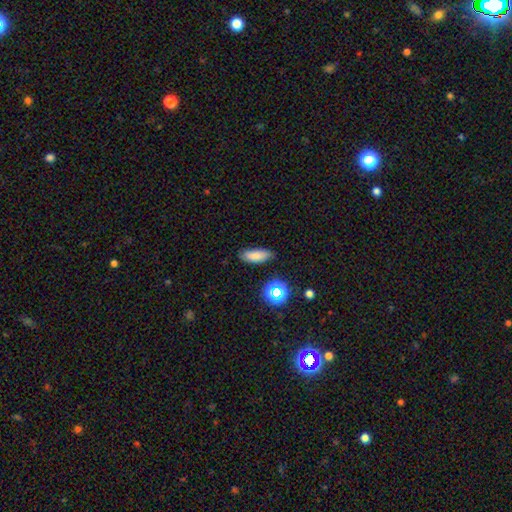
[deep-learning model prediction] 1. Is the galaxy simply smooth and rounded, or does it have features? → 78% smooth, 13% star or artifact, 9% featured or disk.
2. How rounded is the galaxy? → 72% in between, 24% cigar-shaped, 5% round.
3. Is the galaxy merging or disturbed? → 78% none, 16% minor disturbance, 4% major disturbance, 2% merger.